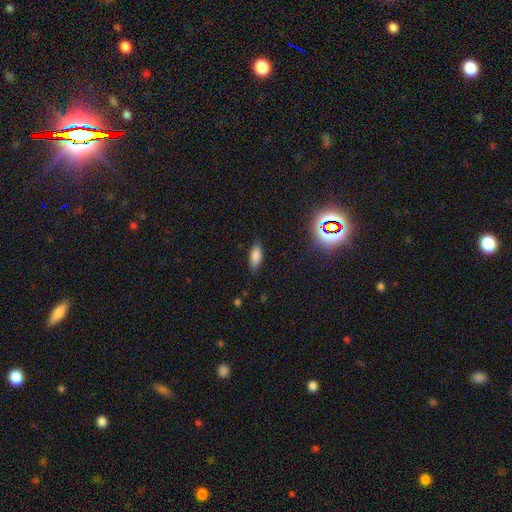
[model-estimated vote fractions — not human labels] Smooth or featured? Predicted: smooth (p=0.81). How rounded? Predicted: in between (p=0.79). Merging? Predicted: none (p=0.82).